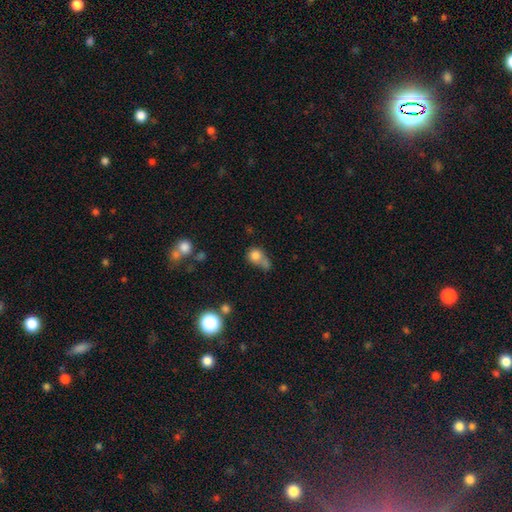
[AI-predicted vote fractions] Smooth or featured: smooth — 77% (star or artifact — 12%)
How rounded: round — 68% (in between — 31%)
Merging: merger — 33% (none — 29%)